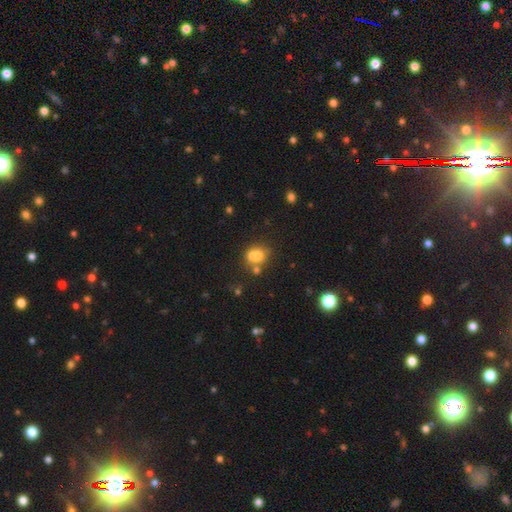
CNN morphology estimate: This is likely a smooth galaxy (69%). How rounded: possibly round (54%). Merging: marginally none (40%).